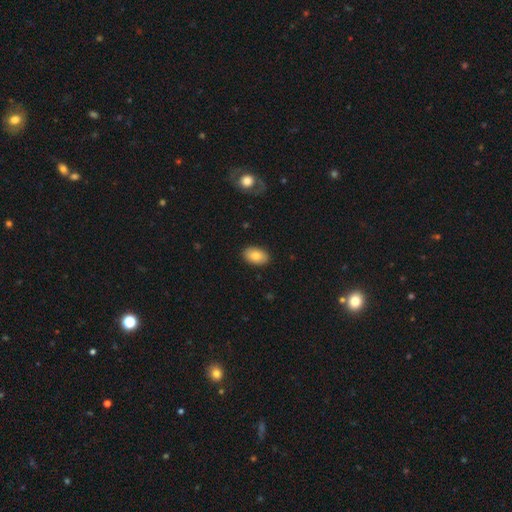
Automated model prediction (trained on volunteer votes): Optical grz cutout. It shows a smooth galaxy with no disk features (82%) that is in between round and cigar-shaped (91%). Merging: none (89%).